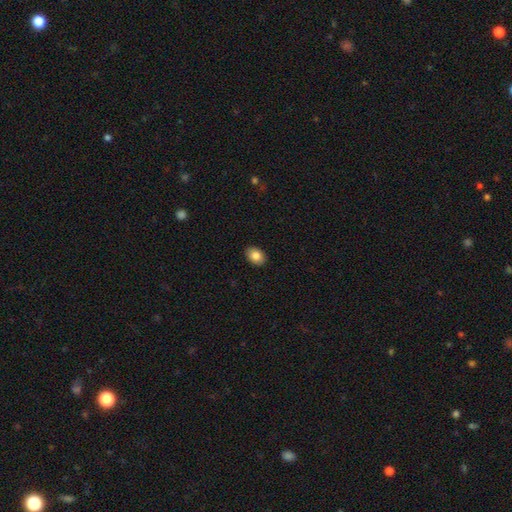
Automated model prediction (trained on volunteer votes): Smooth or featured: smooth — 84% (star or artifact — 8%)
How rounded: in between — 80% (round — 19%)
Merging: none — 90% (minor disturbance — 7%)